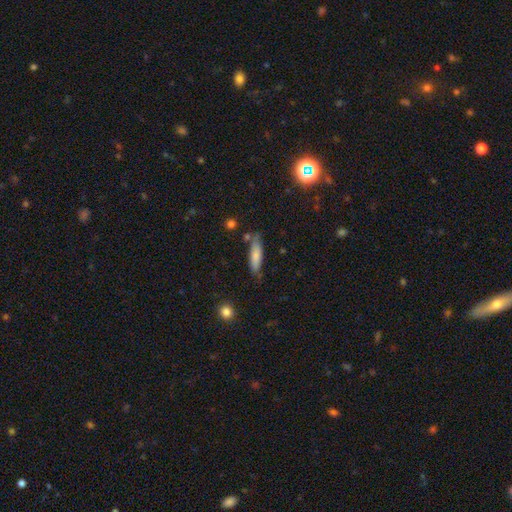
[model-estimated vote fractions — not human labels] This appears to be a smooth galaxy with no disk features (78%) that is cigar-shaped (68%). Merging: none (71%).